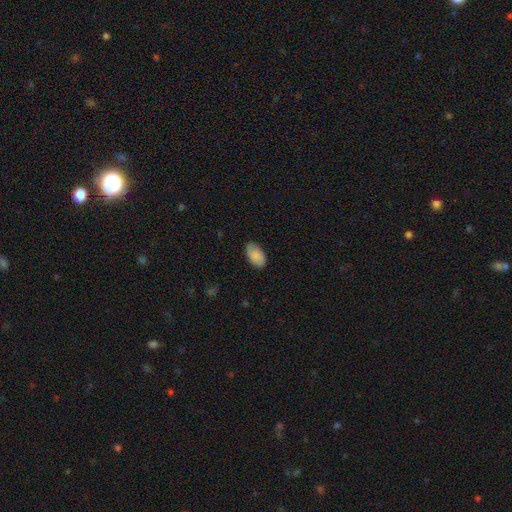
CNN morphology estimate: type=smooth (85%); roundness=in between (93%); merging=none (84%).